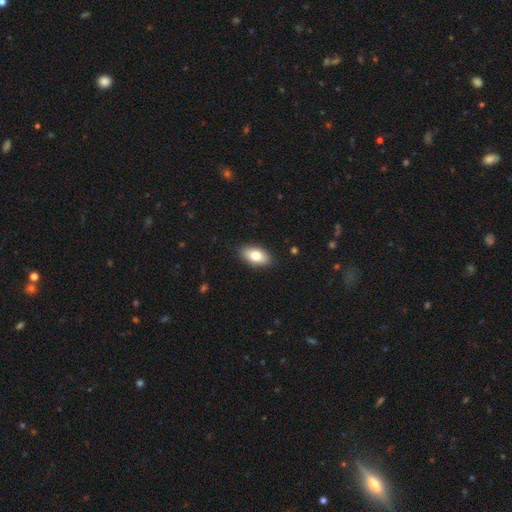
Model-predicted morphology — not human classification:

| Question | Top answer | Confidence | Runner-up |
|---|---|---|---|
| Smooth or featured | smooth | 79% | featured or disk (14%) |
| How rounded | in between | 92% | round (4%) |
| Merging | none | 88% | minor disturbance (9%) |